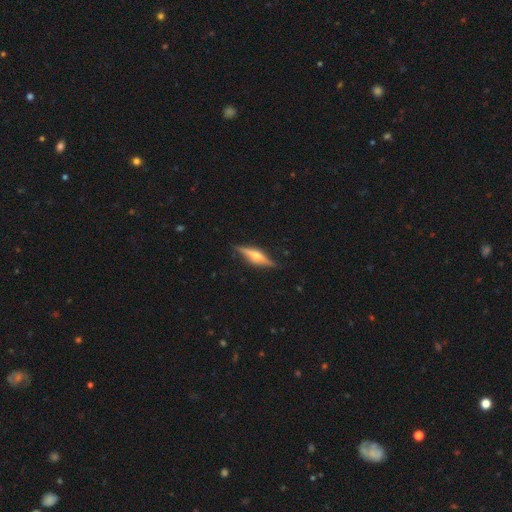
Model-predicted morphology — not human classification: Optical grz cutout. It shows a featured or disk galaxy (70%) viewed edge-on (96%) with a rounded central bulge (82%). Merging: none (86%).